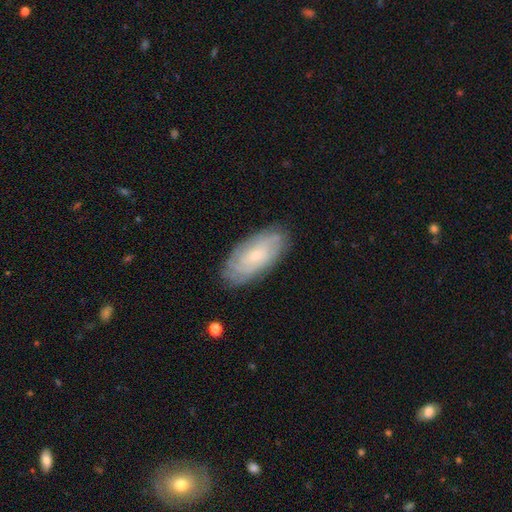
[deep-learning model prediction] Smooth or featured? Predicted: featured or disk (p=0.64). Edge-on disk? Predicted: no (p=0.92). Bar? Predicted: no (p=0.76). Spiral arms? Predicted: yes (p=0.85). Spiral winding? Predicted: tight (p=0.74). Spiral arm count? Predicted: can't tell (p=0.61). Bulge size? Predicted: small (p=0.77). Merging? Predicted: none (p=0.82).